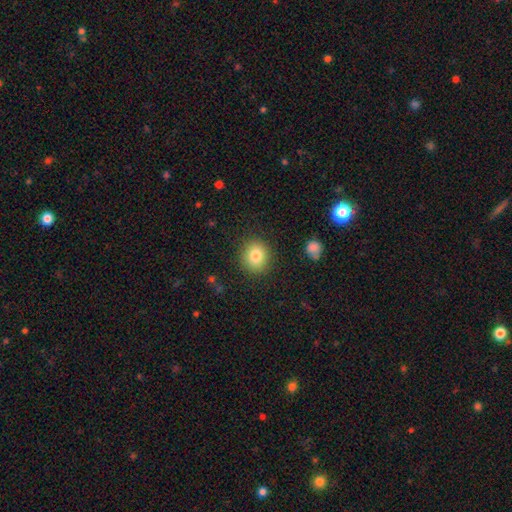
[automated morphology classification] A smooth galaxy with no disk features (82%) that is round (79%). Merging: none (88%).